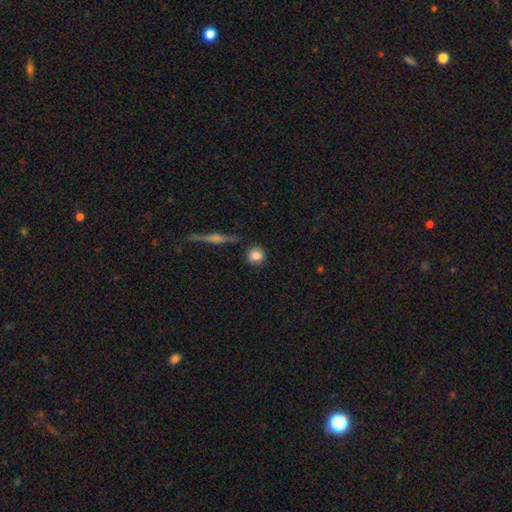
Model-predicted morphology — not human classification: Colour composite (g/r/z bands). It shows a smooth galaxy with no disk features (82%) that is round (87%). Merging: none (82%).